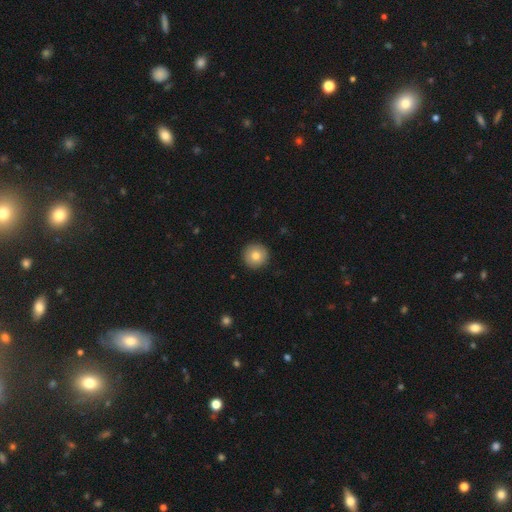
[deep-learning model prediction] Smooth or featured: smooth — 80% (featured or disk — 11%)
How rounded: round — 96% (in between — 3%)
Merging: none — 92% (minor disturbance — 5%)